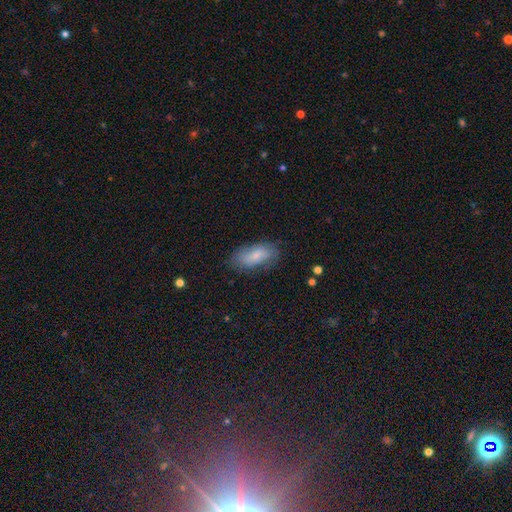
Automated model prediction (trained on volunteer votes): This is likely a smooth galaxy (73%). How rounded: clearly in between (88%). Merging: likely none (72%).